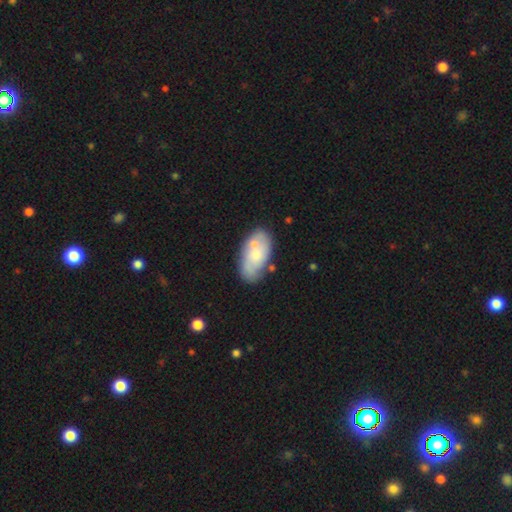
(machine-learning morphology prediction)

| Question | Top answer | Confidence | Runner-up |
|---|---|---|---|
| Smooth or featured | smooth | 60% | featured or disk (34%) |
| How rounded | in between | 93% | round (3%) |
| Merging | none | 58% | minor disturbance (20%) |